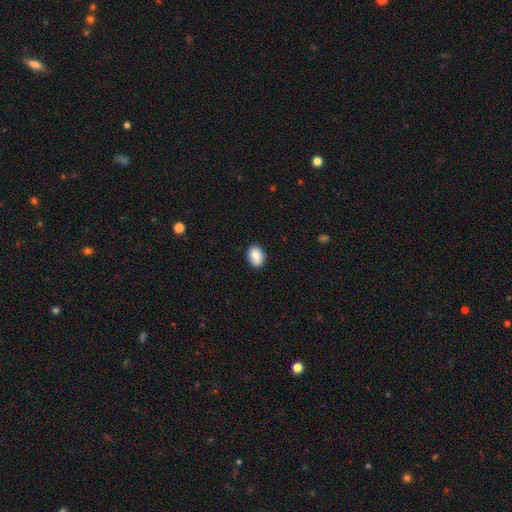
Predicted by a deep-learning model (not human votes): A smooth galaxy with no disk features (89%) that is in between round and cigar-shaped (75%). Merging: none (85%).